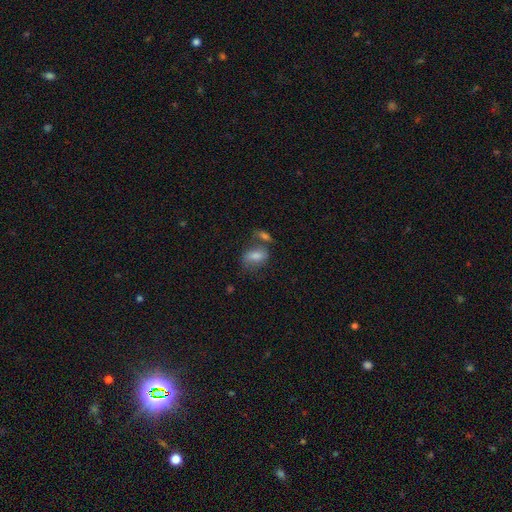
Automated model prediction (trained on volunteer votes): The model was most divided on "merging": none: 41%, merger: 29%, minor disturbance: 18%, major disturbance: 11%. More confident: how rounded — in between (86%); smooth or featured — smooth (72%).